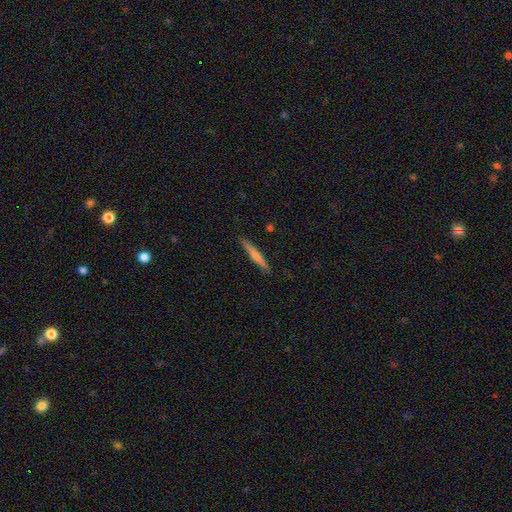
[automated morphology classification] A smooth galaxy with no disk features (49%). Merging: none (90%).